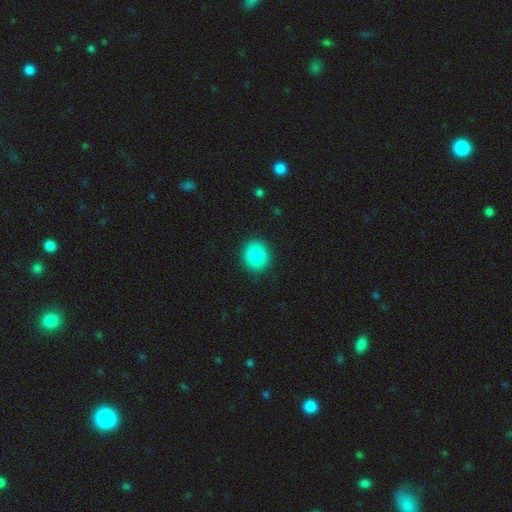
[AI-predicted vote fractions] A smooth galaxy with no disk features (85%) that is round (71%). Merging: none (90%).